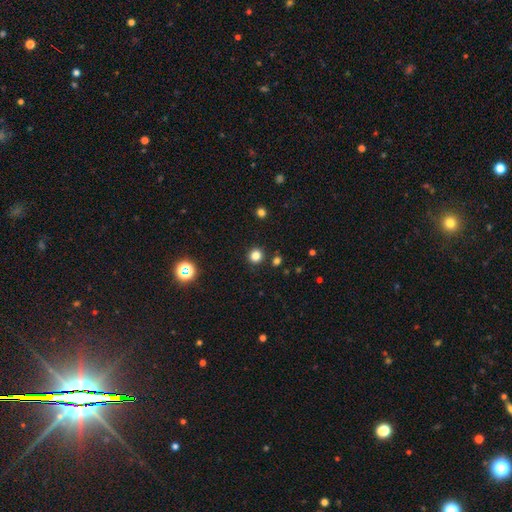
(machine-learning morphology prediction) Smooth or featured: smooth — 81% (star or artifact — 15%)
How rounded: round — 93% (in between — 6%)
Merging: none — 91% (minor disturbance — 5%)